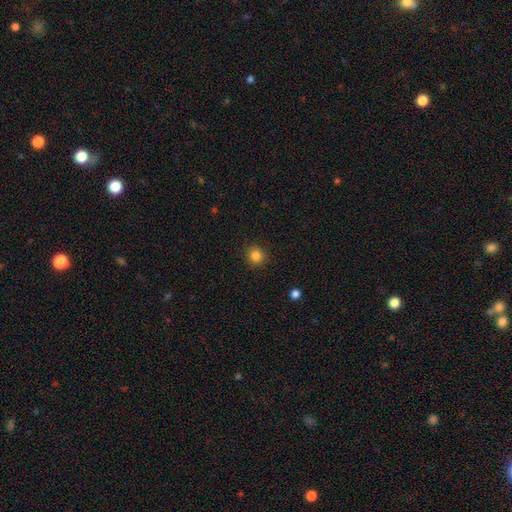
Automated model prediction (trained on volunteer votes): Overall: smooth (84%). How rounded: round (87%). Merging: none (90%).